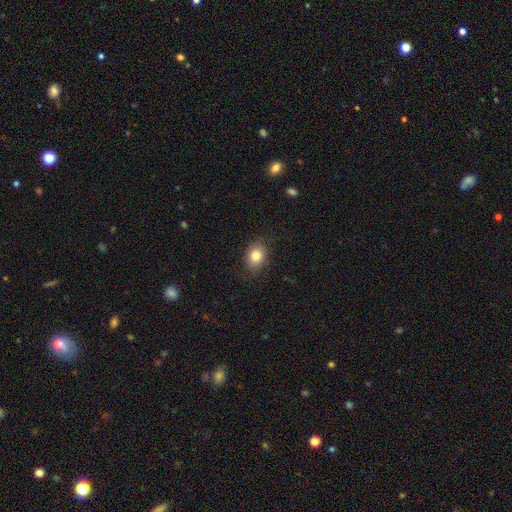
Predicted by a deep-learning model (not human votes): Smooth or featured? smooth (82%)
How rounded? in between (67%)
Merging? none (81%)